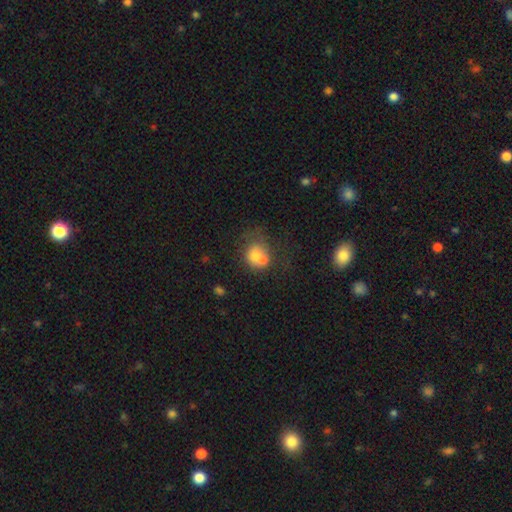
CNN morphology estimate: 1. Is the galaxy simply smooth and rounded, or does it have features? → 65% smooth, 24% featured or disk, 11% star or artifact.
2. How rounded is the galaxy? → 69% round, 30% in between, 1% cigar-shaped.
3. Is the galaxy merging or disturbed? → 52% merger, 29% none, 11% minor disturbance, 8% major disturbance.